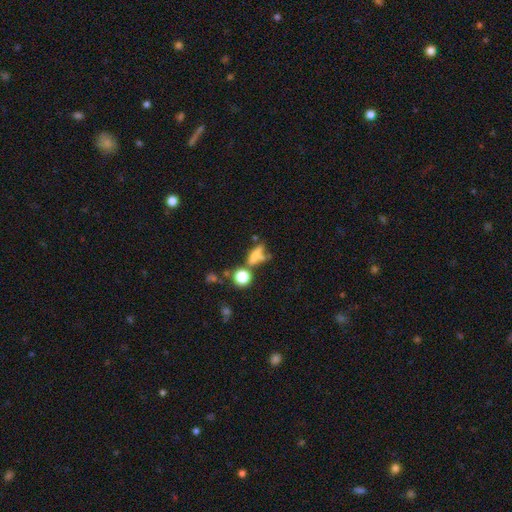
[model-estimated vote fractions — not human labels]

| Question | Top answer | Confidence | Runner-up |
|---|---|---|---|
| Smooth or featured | smooth | 59% | featured or disk (23%) |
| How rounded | in between | 44% | cigar-shaped (34%) |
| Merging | none | 40% | merger (28%) |